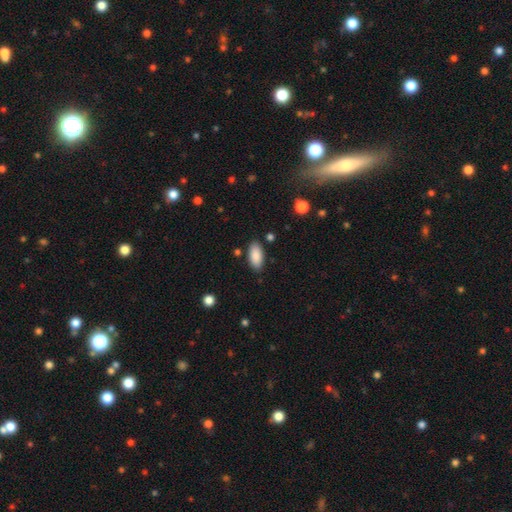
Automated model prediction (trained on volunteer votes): Smooth or featured? Predicted: smooth (p=0.88). How rounded? Predicted: in between (p=0.92). Merging? Predicted: none (p=0.86).